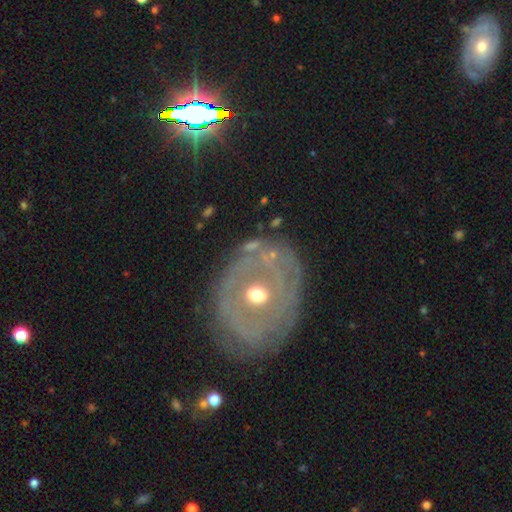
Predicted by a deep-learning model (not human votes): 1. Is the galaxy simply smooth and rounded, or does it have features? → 71% featured or disk, 18% smooth, 11% star or artifact.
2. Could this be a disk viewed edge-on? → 95% no, 5% yes.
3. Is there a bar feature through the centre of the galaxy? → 76% no, 17% weak, 6% strong.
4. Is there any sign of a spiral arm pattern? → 51% yes, 49% no.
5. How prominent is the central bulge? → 62% moderate, 33% small, 2% large, 1% none, 1% dominant.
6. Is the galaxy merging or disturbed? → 77% none, 15% minor disturbance, 6% major disturbance, 2% merger.